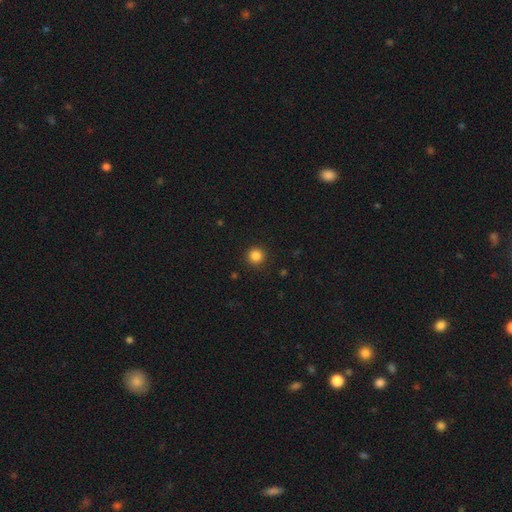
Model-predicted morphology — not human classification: type=smooth (85%); roundness=round (95%); merging=none (92%).